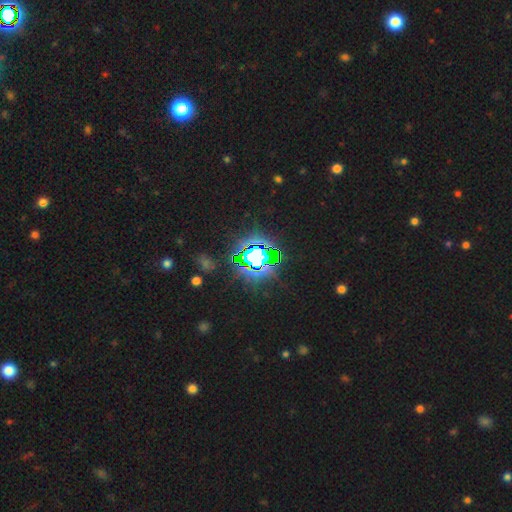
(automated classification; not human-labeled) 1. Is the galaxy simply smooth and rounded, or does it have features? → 73% star or artifact, 15% smooth, 12% featured or disk.